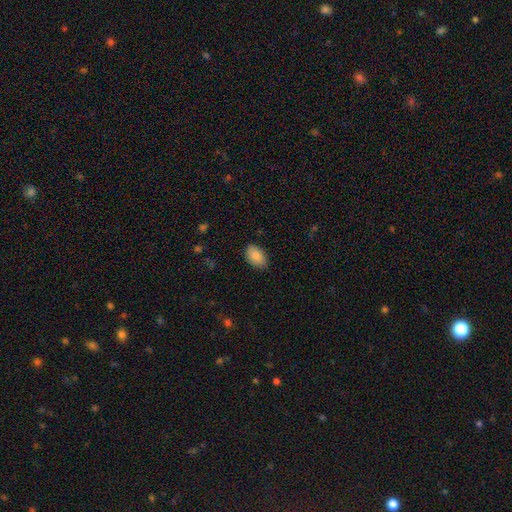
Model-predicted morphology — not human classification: Smooth or featured: smooth — 87% (star or artifact — 7%)
How rounded: in between — 91% (round — 7%)
Merging: none — 81% (minor disturbance — 15%)